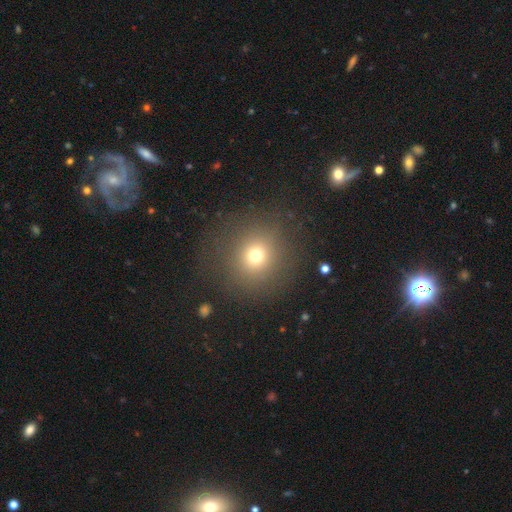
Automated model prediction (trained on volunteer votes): Overall: smooth (71%). How rounded: round (90%). Merging: none (85%).